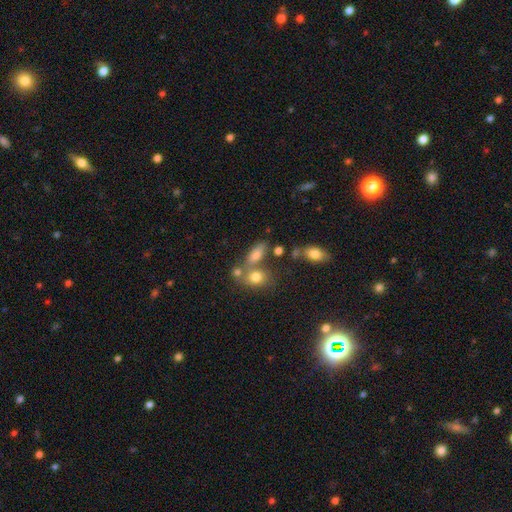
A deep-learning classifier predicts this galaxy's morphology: Smooth or featured? smooth (69%)
How rounded? in between (71%)
Merging? none (47%)